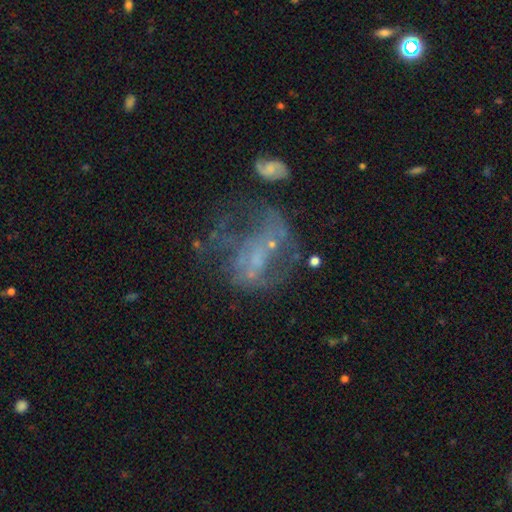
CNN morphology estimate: Overall: featured or disk (63%). Edge-on disk: no (98%). Bar: no (76%). Spiral arms: no (70%; yes 30%). Bulge size: none (53%; small 33%). Merging: major disturbance (41%; none 30%).